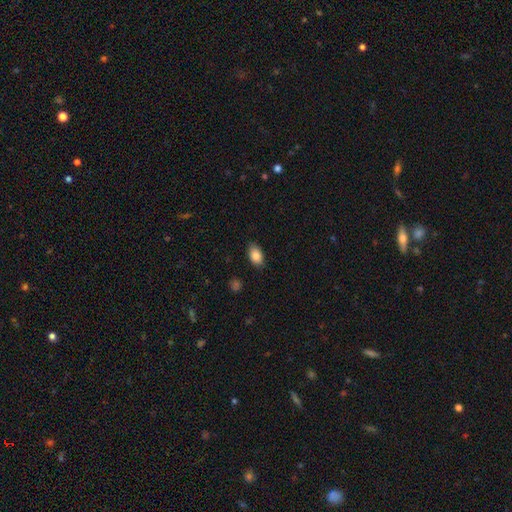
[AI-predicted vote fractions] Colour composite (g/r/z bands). It shows a smooth galaxy with no disk features (86%) that is in between round and cigar-shaped (90%). Merging: none (84%).